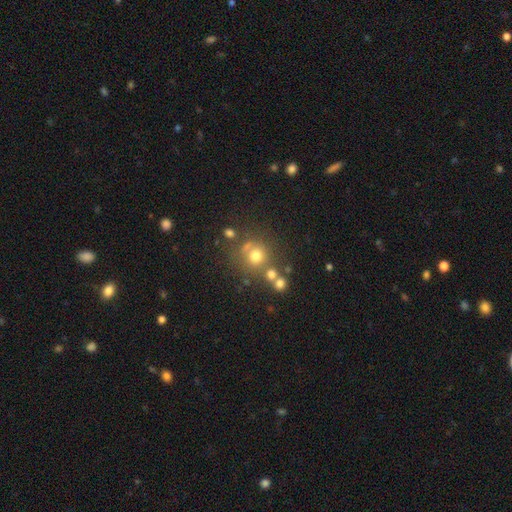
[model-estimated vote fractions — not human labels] A smooth galaxy with no disk features (67%) that is round (88%).

Vote fractions:
- Smooth or featured? smooth: 67% / star or artifact: 19% / featured or disk: 14%
- How rounded? round: 88% / in between: 11% / cigar-shaped: 1%
- Merging? none: 62% / merger: 21% / minor disturbance: 12% / major disturbance: 6%